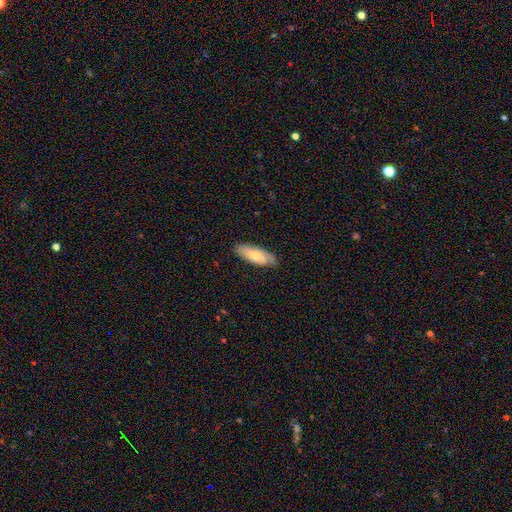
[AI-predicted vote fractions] Overall: smooth (66%; featured or disk 28%). How rounded: in between (69%; cigar-shaped 29%). Merging: none (82%).